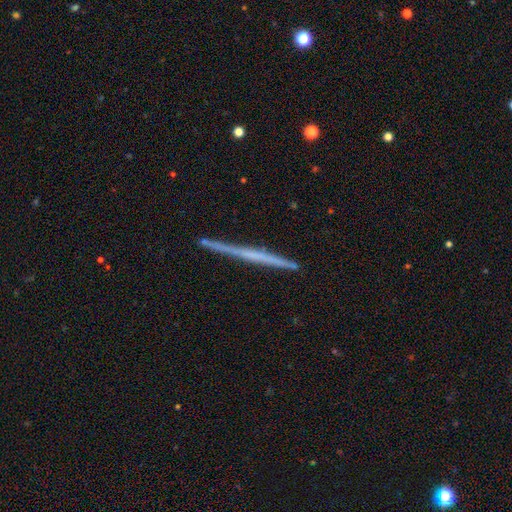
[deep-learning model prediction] Q: Smooth or featured?
A: featured or disk (66%); runner-up: smooth (28%)
Q: Edge-on disk?
A: yes (98%); runner-up: no (2%)
Q: Edge-on bulge?
A: none (80%); runner-up: rounded (14%)
Q: Merging?
A: none (91%); runner-up: minor disturbance (6%)